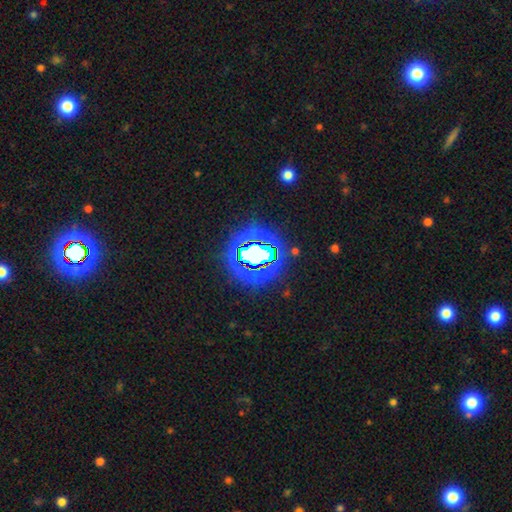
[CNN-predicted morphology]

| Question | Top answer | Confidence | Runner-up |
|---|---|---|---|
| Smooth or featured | star or artifact | 77% | smooth (14%) |